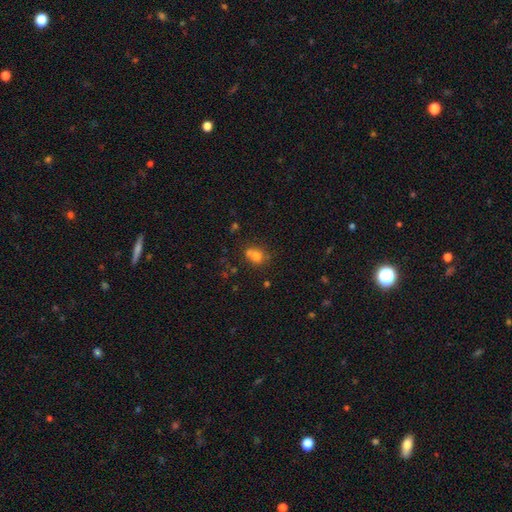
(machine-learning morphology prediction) smooth_or_featured: smooth (p=0.72) [alt: star or artifact p=0.14]
how_rounded: round (p=0.66) [alt: in between p=0.33]
merging: none (p=0.44) [alt: merger p=0.38]